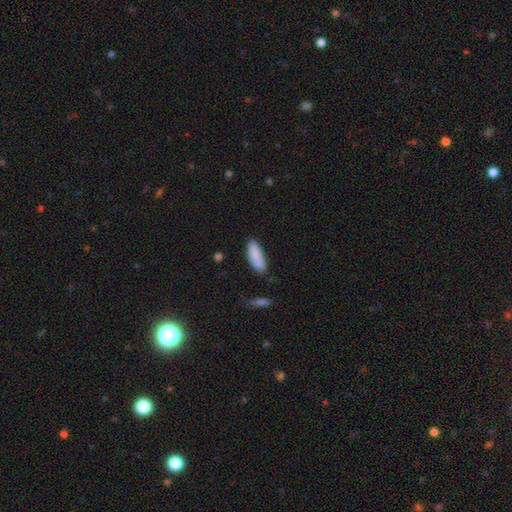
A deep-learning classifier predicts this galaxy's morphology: A smooth galaxy with no disk features (86%) that is in between round and cigar-shaped (69%).

Vote fractions:
- Smooth or featured? smooth: 86% / featured or disk: 8% / star or artifact: 6%
- How rounded? in between: 69% / cigar-shaped: 30% / round: 2%
- Merging? none: 70% / minor disturbance: 20% / merger: 5% / major disturbance: 4%